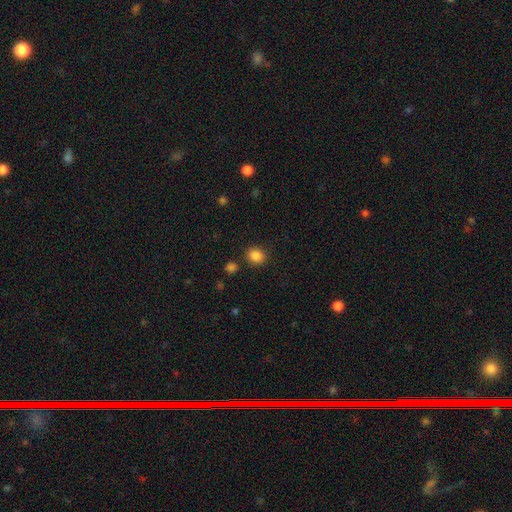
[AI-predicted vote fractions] smooth 86%, star or artifact 11%, featured or disk 4%. Down the decision tree: how rounded — round (77%); merging — none (86%).